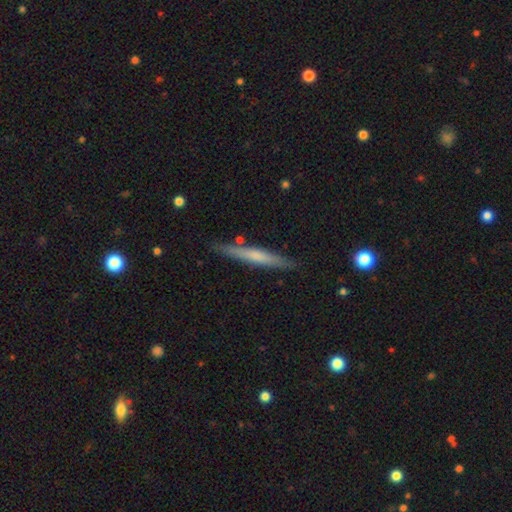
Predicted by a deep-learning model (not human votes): Q: Smooth or featured?
A: smooth (52%); runner-up: featured or disk (43%)
Q: How rounded?
A: cigar-shaped (95%); runner-up: in between (3%)
Q: Merging?
A: none (86%); runner-up: minor disturbance (10%)